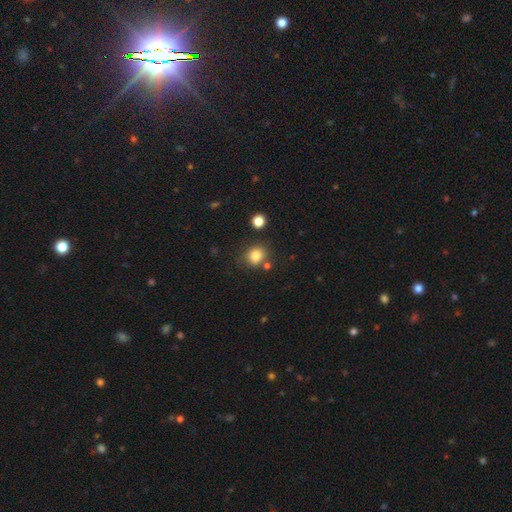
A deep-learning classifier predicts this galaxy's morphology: smooth_or_featured: smooth (p=0.81) [alt: star or artifact p=0.12]
how_rounded: round (p=0.75) [alt: in between p=0.24]
merging: none (p=0.75) [alt: minor disturbance p=0.12]